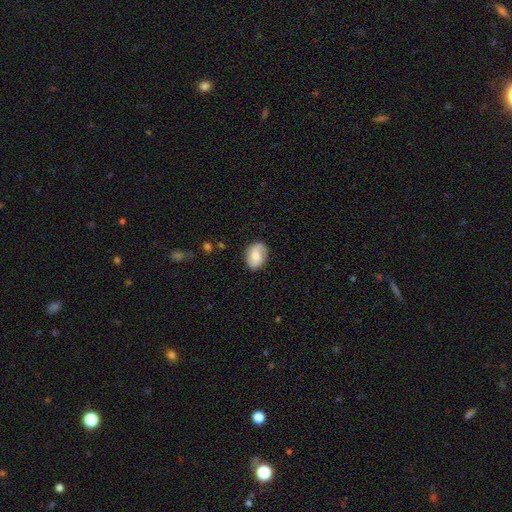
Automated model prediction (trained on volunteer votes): Smooth or featured? smooth (57%)
How rounded? in between (68%)
Merging? none (81%)